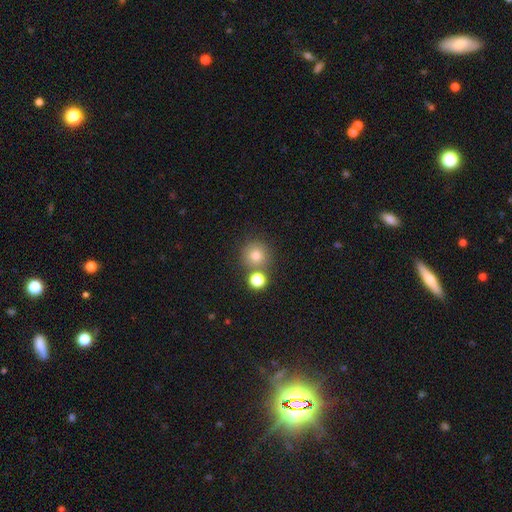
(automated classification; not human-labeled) This appears to be a smooth galaxy with no disk features (76%) that is round (93%). Merging: none (72%).